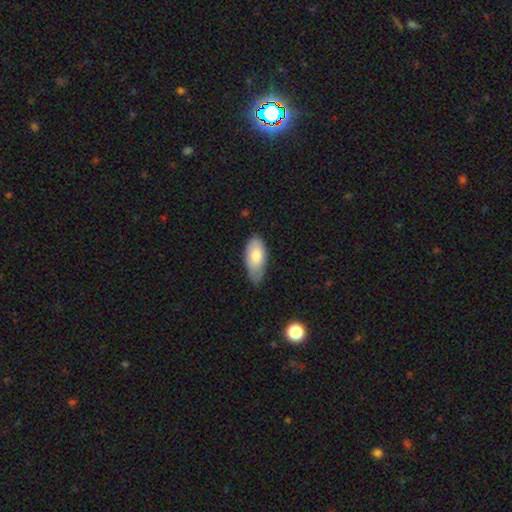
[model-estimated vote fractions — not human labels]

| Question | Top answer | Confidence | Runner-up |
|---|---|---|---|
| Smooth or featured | smooth | 74% | featured or disk (20%) |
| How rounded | in between | 91% | cigar-shaped (6%) |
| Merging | none | 53% | minor disturbance (39%) |